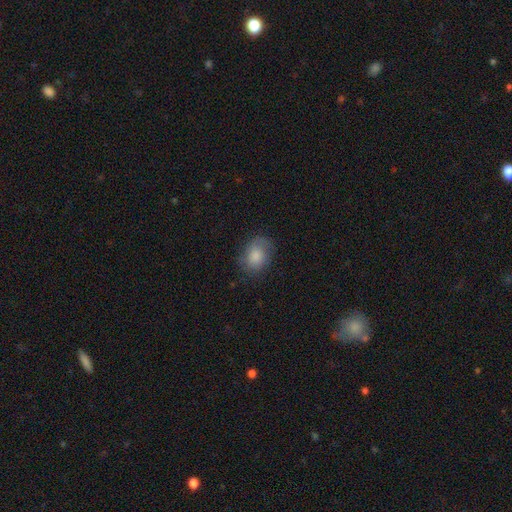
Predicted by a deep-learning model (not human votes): Smooth or featured: smooth — 80% (featured or disk — 12%)
How rounded: in between — 59% (round — 40%)
Merging: none — 72% (minor disturbance — 20%)